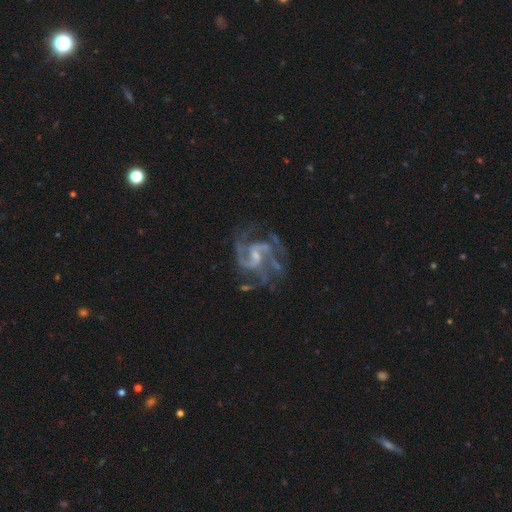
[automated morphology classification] Smooth or featured? featured or disk (90%)
Edge-on disk? no (98%)
Bar? weak (52%)
Spiral arms? yes (97%)
Spiral winding? medium (59%)
Spiral arm count? 3 (33%)
Bulge size? small (59%)
Merging? none (60%)